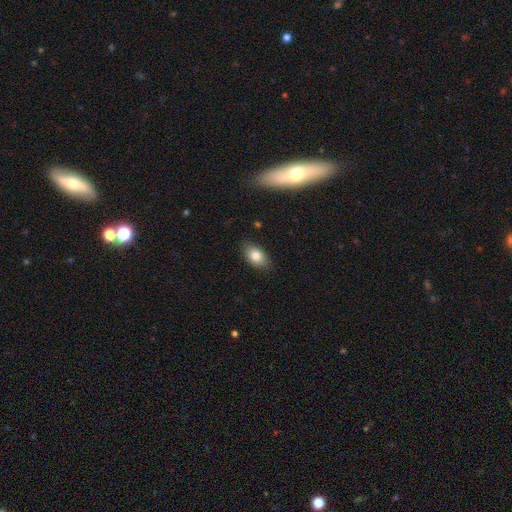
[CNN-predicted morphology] Smooth or featured? Predicted: smooth (p=0.81). How rounded? Predicted: in between (p=0.89). Merging? Predicted: none (p=0.85).